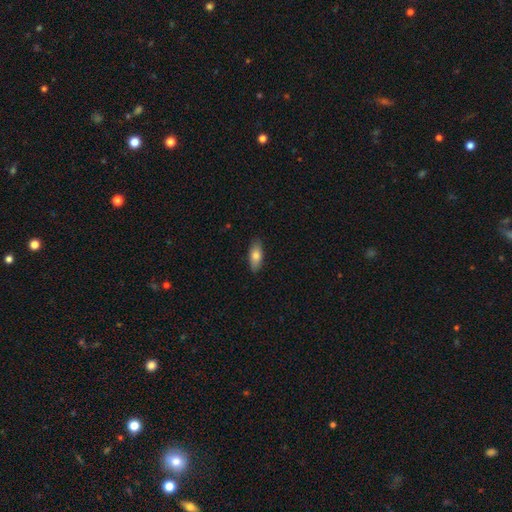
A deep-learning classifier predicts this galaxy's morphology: smooth-or-featured: smooth: 79% | featured or disk: 15% | star or artifact: 6%
  how-rounded: in between: 81% | cigar-shaped: 16% | round: 3%
  merging: none: 87% | minor disturbance: 10% | major disturbance: 2% | merger: 1%